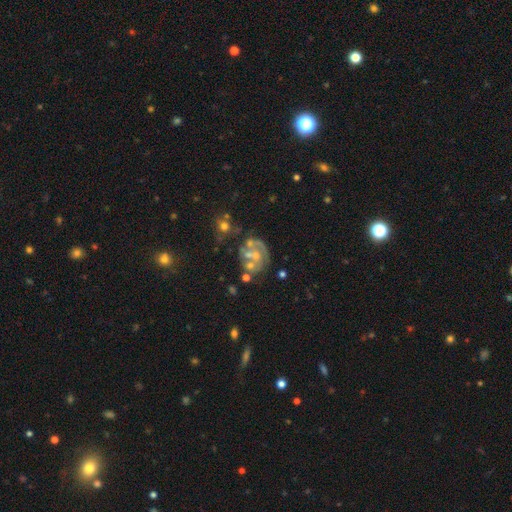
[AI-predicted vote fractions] Smooth or featured? Predicted: featured or disk (p=0.65). Edge-on disk? Predicted: no (p=0.98). Bar? Predicted: no (p=0.60). Spiral arms? Predicted: yes (p=0.61). Bulge size? Predicted: small (p=0.48). Merging? Predicted: none (p=0.47).